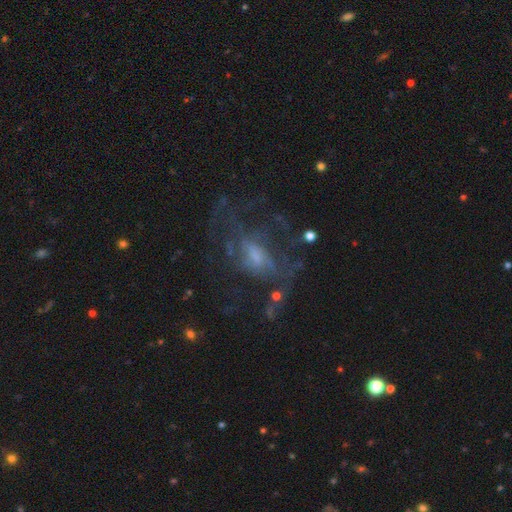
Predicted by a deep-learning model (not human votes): The model was most divided on "merging": none: 42%, major disturbance: 37%, minor disturbance: 16%, merger: 5%. Remaining: edge-on disk — no (95%); smooth or featured — featured or disk (65%); spiral arms — yes (57%); bar — no (51%); bulge size — small (41%).